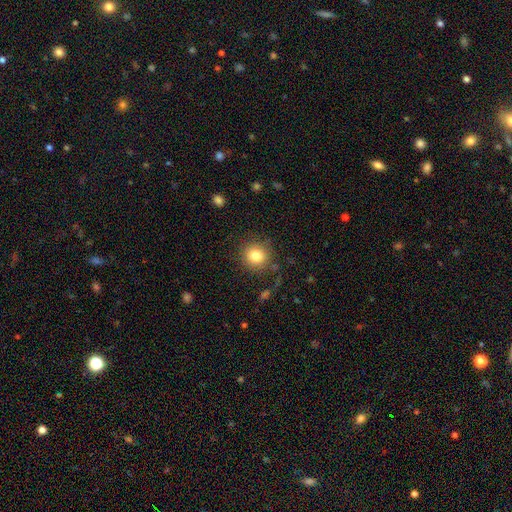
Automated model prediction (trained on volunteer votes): Overall: smooth (81%). How rounded: round (91%). Merging: none (86%).